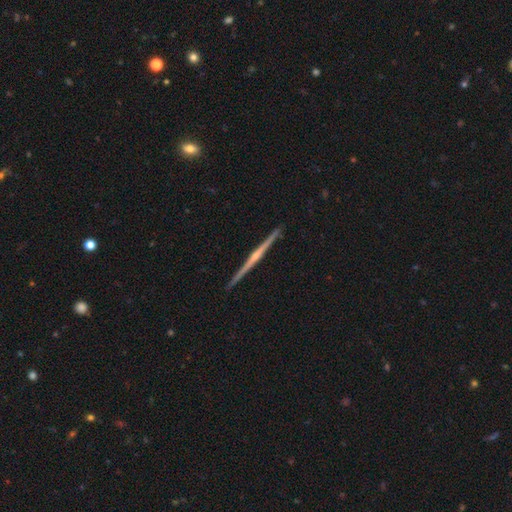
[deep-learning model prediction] The model was most divided on "edge-on bulge": rounded: 64%, none: 27%, boxy: 9%. More confident: edge-on disk — yes (98%); merging — none (90%); smooth or featured — featured or disk (78%).